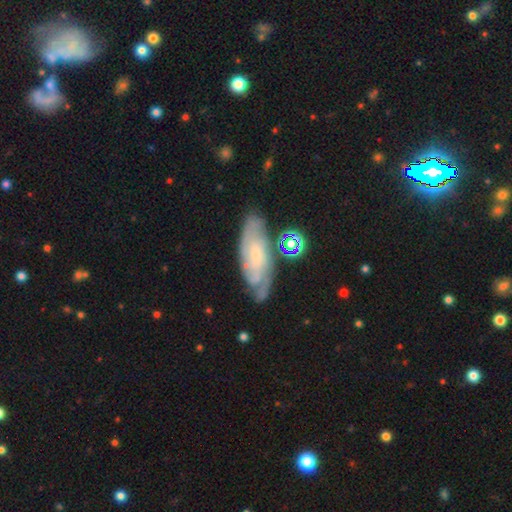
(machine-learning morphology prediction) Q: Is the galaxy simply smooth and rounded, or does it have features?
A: featured or disk — 74%.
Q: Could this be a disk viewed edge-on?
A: no — 88%.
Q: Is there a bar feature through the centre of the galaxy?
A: no — 60%.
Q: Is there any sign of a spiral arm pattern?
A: yes — 93%.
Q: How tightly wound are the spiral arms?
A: tight — 58%.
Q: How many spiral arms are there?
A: can't tell — 39%.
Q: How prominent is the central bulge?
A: small — 63%.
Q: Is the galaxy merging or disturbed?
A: none — 70%.